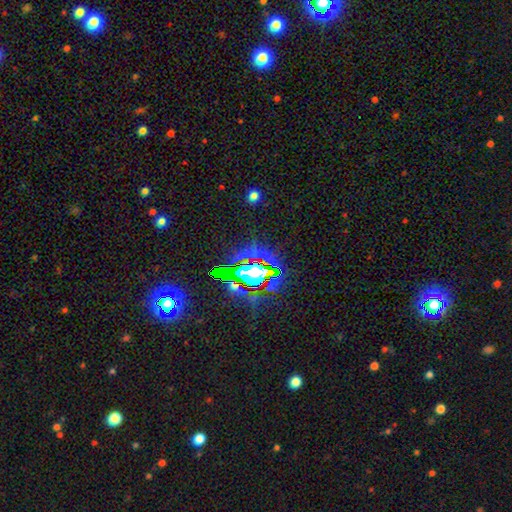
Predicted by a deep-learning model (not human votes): Q: Smooth or featured?
A: star or artifact (84%); runner-up: smooth (9%)